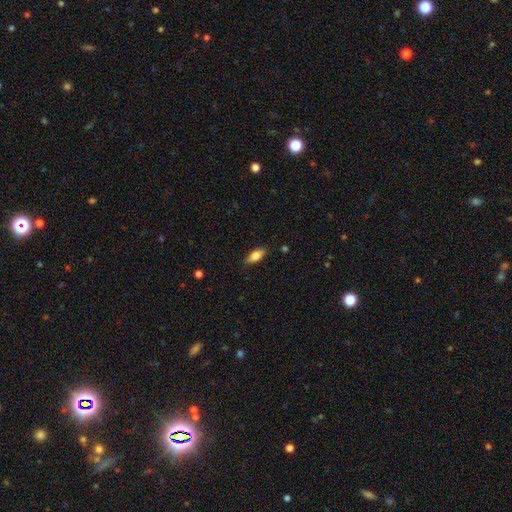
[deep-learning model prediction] This appears to be a smooth galaxy with no disk features (80%) that is in between round and cigar-shaped (84%). Merging: none (85%).